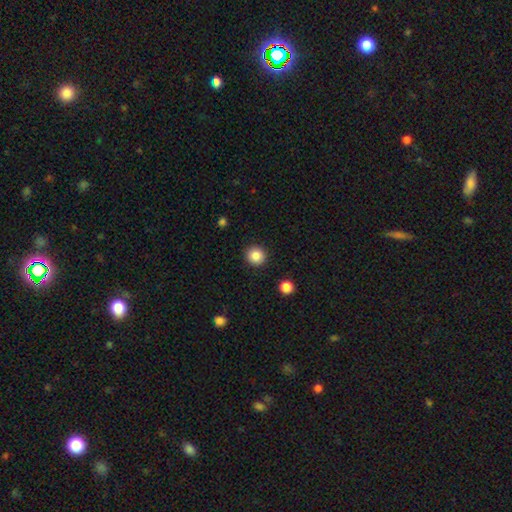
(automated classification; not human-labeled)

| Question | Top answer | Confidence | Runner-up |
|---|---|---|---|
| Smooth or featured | smooth | 86% | star or artifact (10%) |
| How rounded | round | 93% | in between (6%) |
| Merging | none | 92% | minor disturbance (5%) |